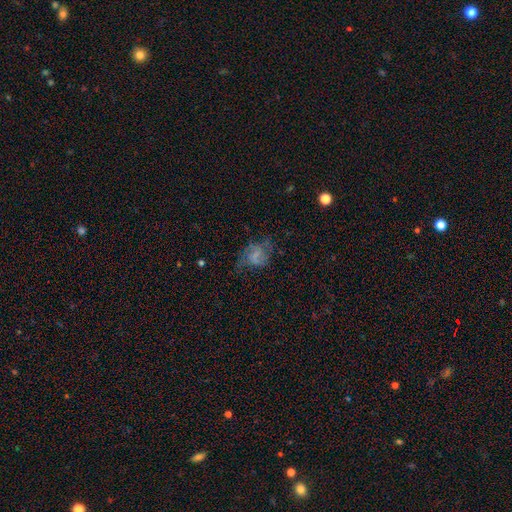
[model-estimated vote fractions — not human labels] This is possibly a featured or disk galaxy (46%). Merging: marginally none (44%).